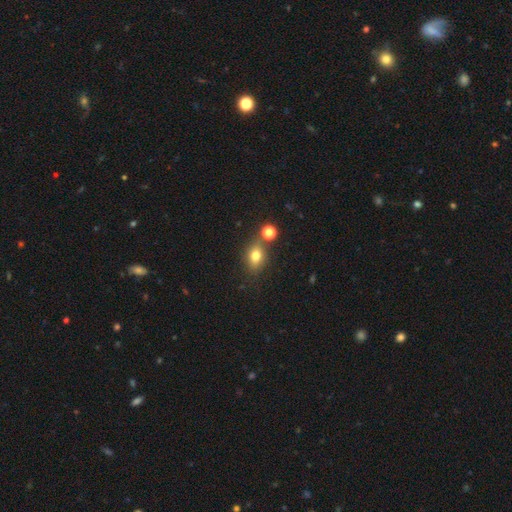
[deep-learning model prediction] Morphology: type=smooth (76%); roundness=in between (62%); merging=none (68%).